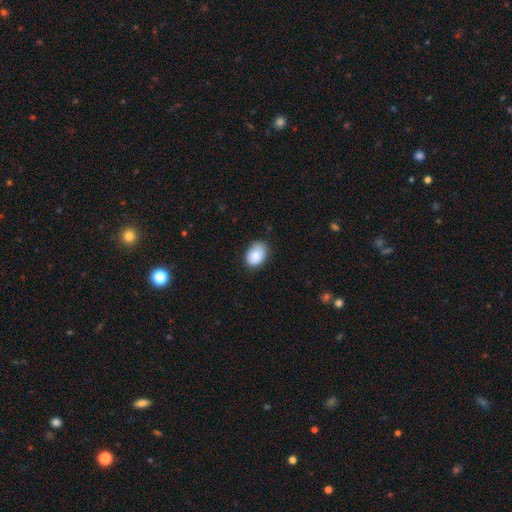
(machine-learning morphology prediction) Smooth or featured? smooth (88%)
How rounded? in between (81%)
Merging? none (80%)